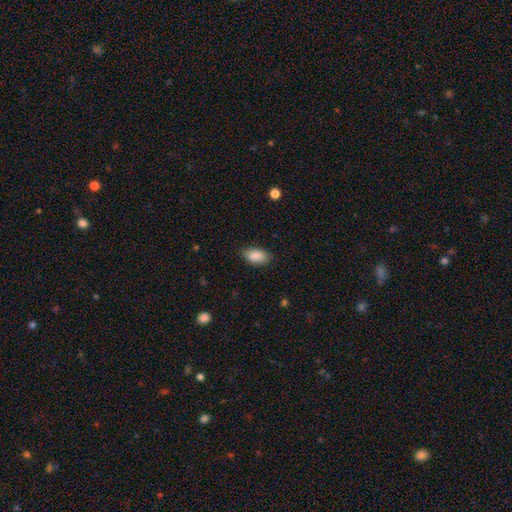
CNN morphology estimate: This appears to be a smooth galaxy with no disk features (89%) that is in between round and cigar-shaped (93%). Merging: none (84%).